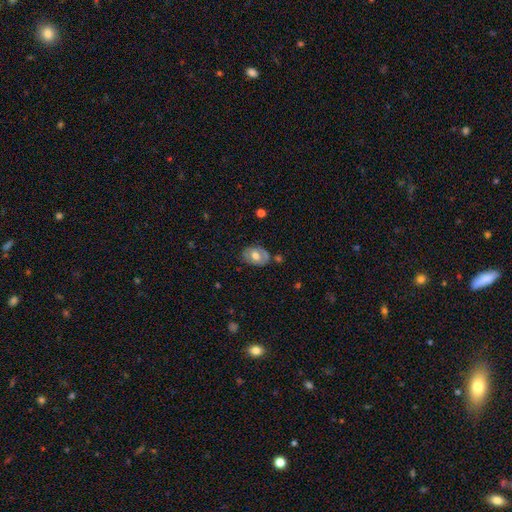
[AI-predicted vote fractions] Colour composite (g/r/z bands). It shows a smooth galaxy with no disk features (53%) that is in between round and cigar-shaped (77%). Merging: none (72%).